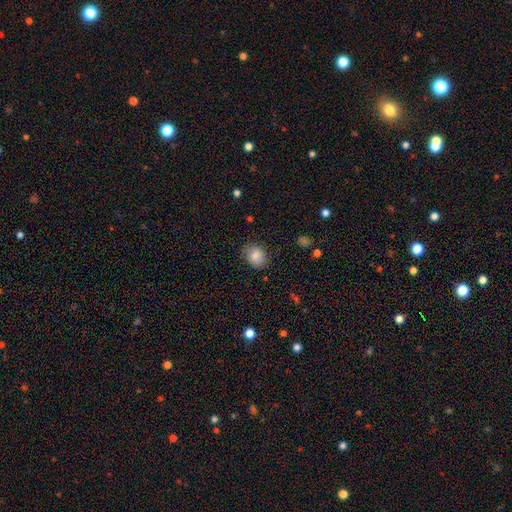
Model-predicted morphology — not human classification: smooth 83%, star or artifact 9%, featured or disk 8%. Down the decision tree: how rounded — round (51%); merging — none (78%).